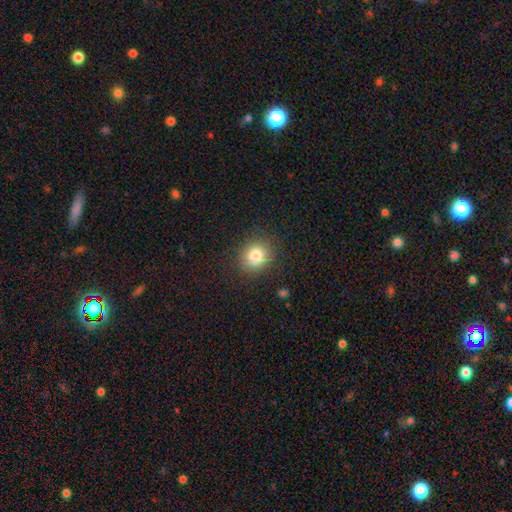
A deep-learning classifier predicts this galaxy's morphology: smooth_or_featured: smooth (p=0.82) [alt: star or artifact p=0.11]
how_rounded: round (p=0.75) [alt: in between p=0.24]
merging: none (p=0.87) [alt: minor disturbance p=0.09]